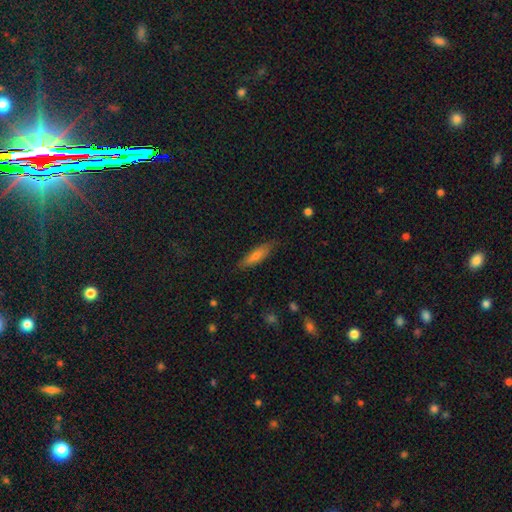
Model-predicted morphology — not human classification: A smooth galaxy with no disk features (69%) that is cigar-shaped (68%).

Vote fractions:
- Smooth or featured? smooth: 69% / featured or disk: 23% / star or artifact: 8%
- How rounded? cigar-shaped: 68% / in between: 30% / round: 2%
- Merging? none: 83% / minor disturbance: 13% / major disturbance: 3% / merger: 1%